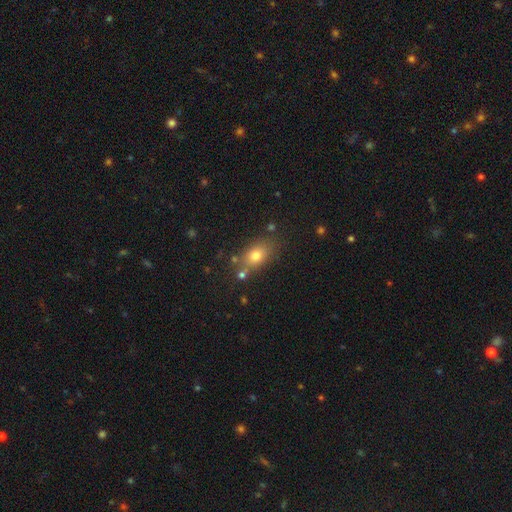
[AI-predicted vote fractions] smooth_or_featured: smooth (p=0.75) [alt: featured or disk p=0.13]
how_rounded: in between (p=0.69) [alt: round p=0.27]
merging: none (p=0.68) [alt: minor disturbance p=0.16]